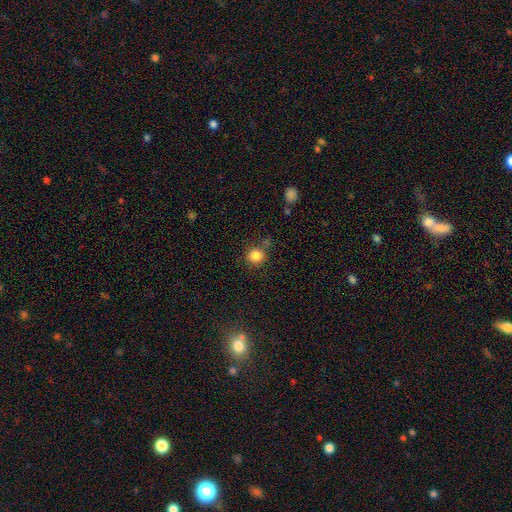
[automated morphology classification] smooth_or_featured: smooth (p=0.84) [alt: star or artifact p=0.11]
how_rounded: round (p=0.88) [alt: in between p=0.11]
merging: none (p=0.75) [alt: minor disturbance p=0.13]